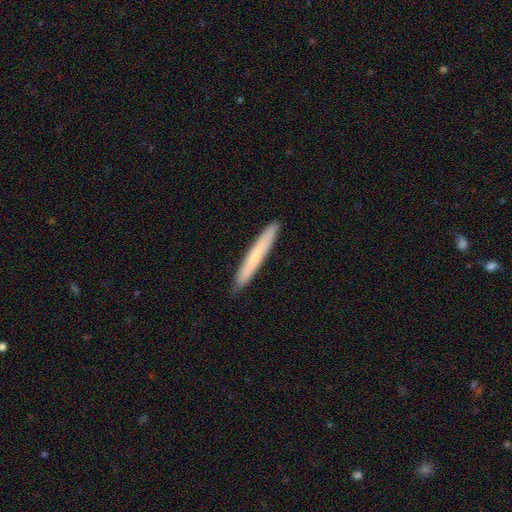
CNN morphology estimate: A smooth galaxy with no disk features (68%) that is cigar-shaped (96%). Merging: none (91%).